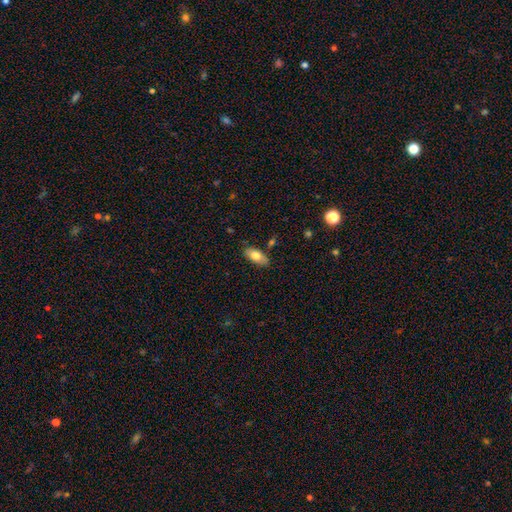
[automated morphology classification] Smooth or featured: smooth — 74% (featured or disk — 19%)
How rounded: in between — 86% (cigar-shaped — 11%)
Merging: none — 81% (minor disturbance — 14%)